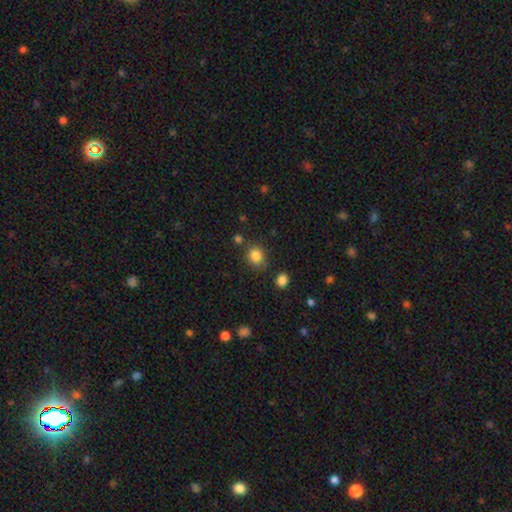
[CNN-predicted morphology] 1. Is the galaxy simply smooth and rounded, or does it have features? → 84% smooth, 11% star or artifact, 5% featured or disk.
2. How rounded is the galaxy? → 76% round, 23% in between, 1% cigar-shaped.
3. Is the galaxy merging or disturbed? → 79% none, 13% minor disturbance, 5% merger, 4% major disturbance.